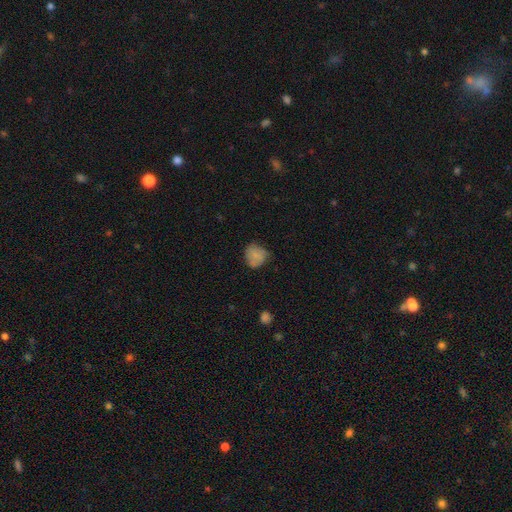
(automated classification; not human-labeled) smooth-or-featured: smooth: 74% | featured or disk: 16% | star or artifact: 10%
  how-rounded: round: 69% | in between: 30% | cigar-shaped: 1%
  merging: none: 52% | minor disturbance: 34% | major disturbance: 10% | merger: 4%